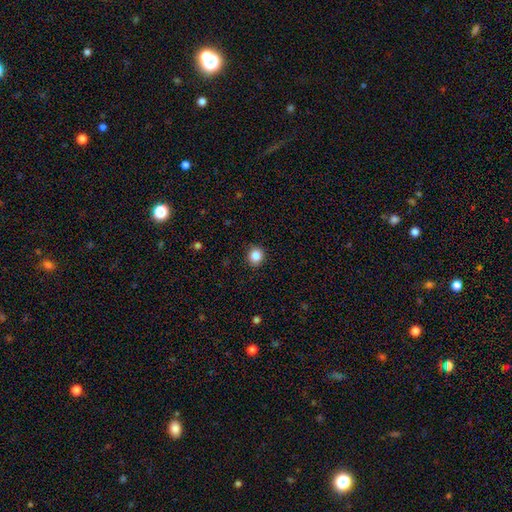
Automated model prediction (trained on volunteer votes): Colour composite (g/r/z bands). It shows a smooth galaxy with no disk features (86%) that is round (87%). Merging: none (90%).